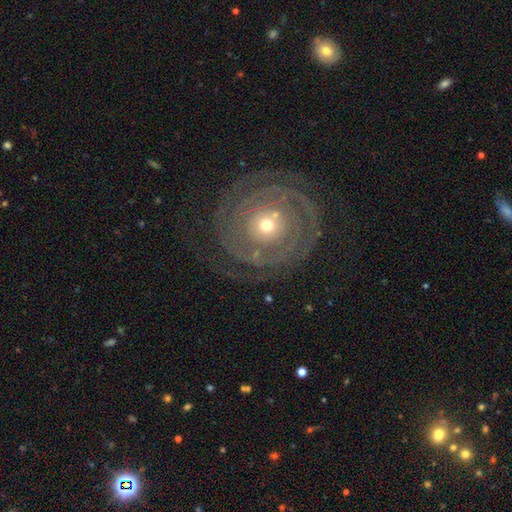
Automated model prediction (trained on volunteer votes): Overall: featured or disk (79%). Edge-on disk: no (97%). Bar: no (71%). Spiral arms: yes (90%). Spiral arm count: 2 (33%; can't tell 31%). Spiral winding: tight (83%). Bulge size: moderate (49%; small 46%). Merging: none (84%).